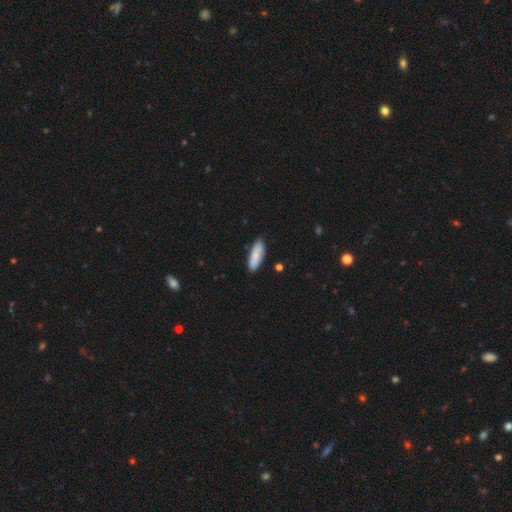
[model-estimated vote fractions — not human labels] Smooth or featured?
  - smooth: 83% *
  - featured or disk: 11%
  - star or artifact: 6%
How rounded?
  - in between: 61% *
  - cigar-shaped: 38%
  - round: 2%
Merging?
  - none: 82% *
  - minor disturbance: 14%
  - major disturbance: 2%
  - merger: 2%